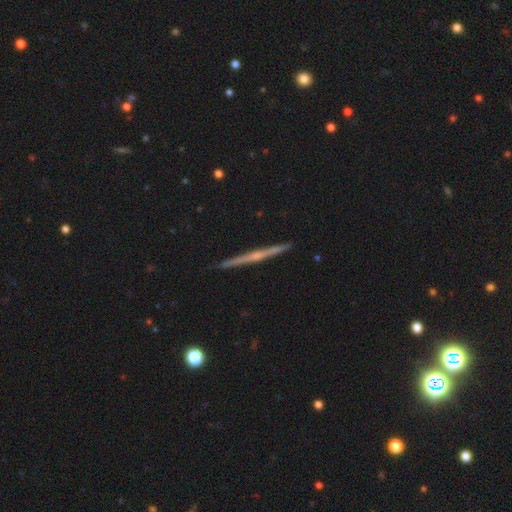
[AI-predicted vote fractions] featured or disk 72%, smooth 20%, star or artifact 9%. Down the decision tree: edge-on disk — yes (97%); edge-on bulge — rounded (54%); merging — none (90%).